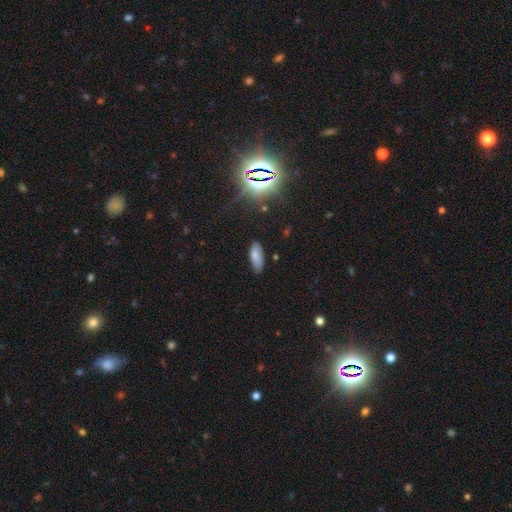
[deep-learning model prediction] smooth-or-featured: smooth: 79% | star or artifact: 12% | featured or disk: 9%
  how-rounded: in between: 77% | cigar-shaped: 21% | round: 2%
  merging: none: 74% | minor disturbance: 20% | major disturbance: 4% | merger: 2%